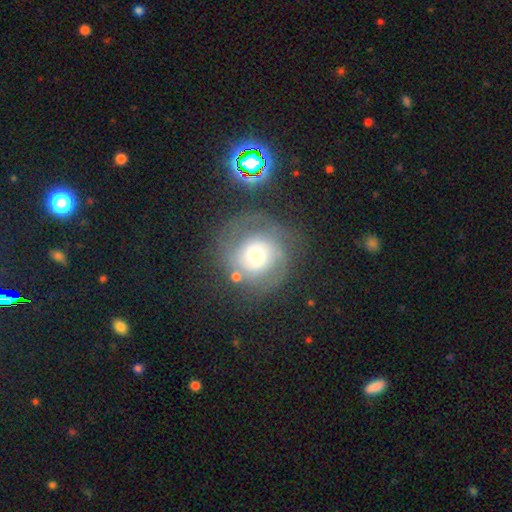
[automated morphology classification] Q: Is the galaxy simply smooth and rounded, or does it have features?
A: featured or disk — 60%.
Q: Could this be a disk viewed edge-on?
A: no — 97%.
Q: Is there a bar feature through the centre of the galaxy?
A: no — 67%.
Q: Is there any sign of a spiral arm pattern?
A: yes — 79%.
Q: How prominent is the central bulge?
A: moderate — 49%.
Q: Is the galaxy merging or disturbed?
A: none — 62%.